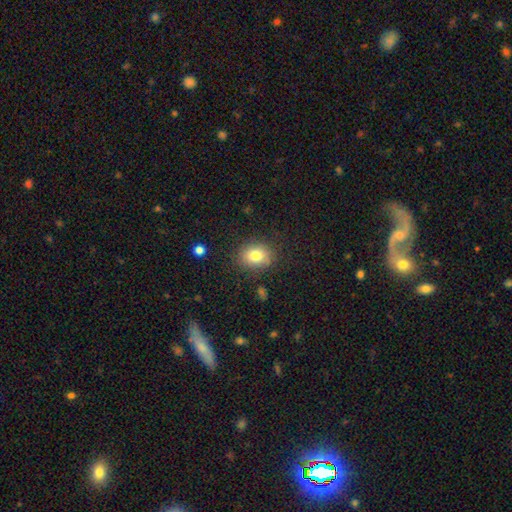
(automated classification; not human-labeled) A smooth galaxy with no disk features (79%) that is round (52%).

Vote fractions:
- Smooth or featured? smooth: 79% / featured or disk: 11% / star or artifact: 10%
- How rounded? round: 52% / in between: 47% / cigar-shaped: 1%
- Merging? none: 83% / minor disturbance: 12% / major disturbance: 4% / merger: 1%